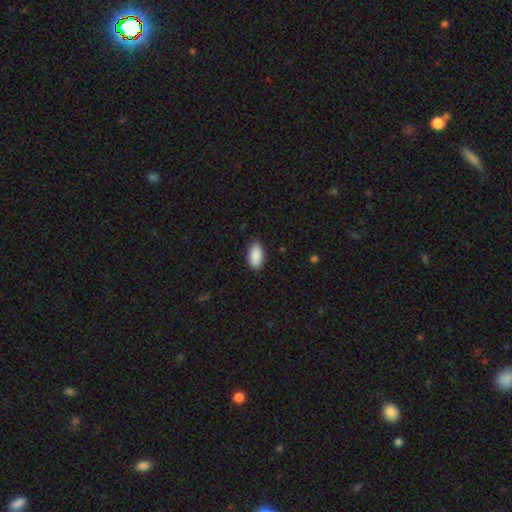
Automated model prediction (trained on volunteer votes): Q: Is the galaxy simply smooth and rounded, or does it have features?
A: smooth — 90%.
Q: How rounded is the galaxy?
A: in between — 93%.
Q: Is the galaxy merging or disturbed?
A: none — 87%.